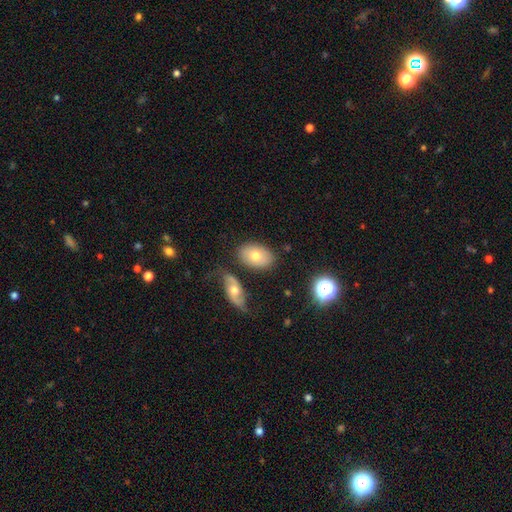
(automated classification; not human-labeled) This appears to be a smooth galaxy with no disk features (70%) that is in between round and cigar-shaped (87%). Merging: none (74%).